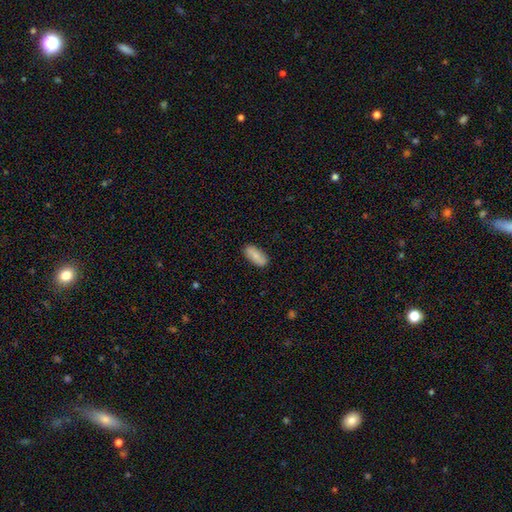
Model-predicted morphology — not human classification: The model was most divided on "smooth or featured": smooth: 80%, featured or disk: 14%, star or artifact: 6%. More confident: merging — none (87%); how rounded — in between (83%).